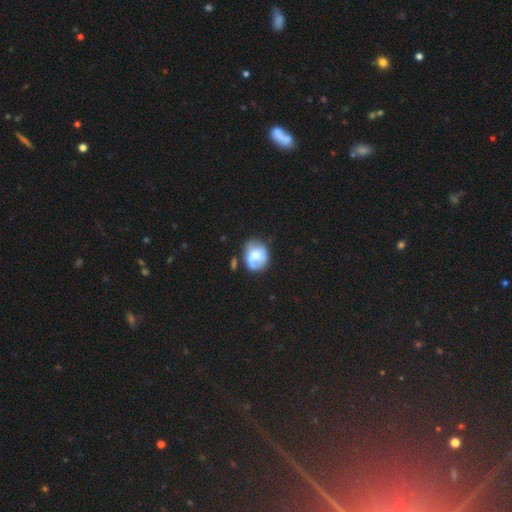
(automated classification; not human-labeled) A smooth galaxy with no disk features (57%) that is round (61%). Merging: none (49%).